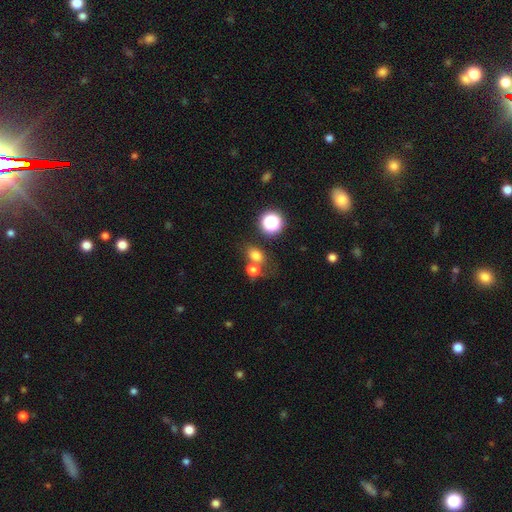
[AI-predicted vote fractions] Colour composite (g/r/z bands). It shows a smooth galaxy with no disk features (73%) that is in between round and cigar-shaped (52%). Merging: none (54%).